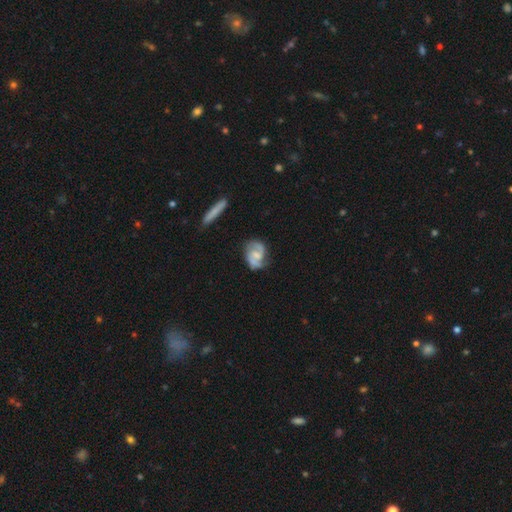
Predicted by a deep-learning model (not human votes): Smooth or featured? Predicted: featured or disk (p=0.85). Edge-on disk? Predicted: no (p=0.98). Bar? Predicted: weak (p=0.46). Spiral arms? Predicted: yes (p=0.97). Spiral winding? Predicted: medium (p=0.54). Spiral arm count? Predicted: 2 (p=0.90). Bulge size? Predicted: moderate (p=0.40). Merging? Predicted: none (p=0.74).